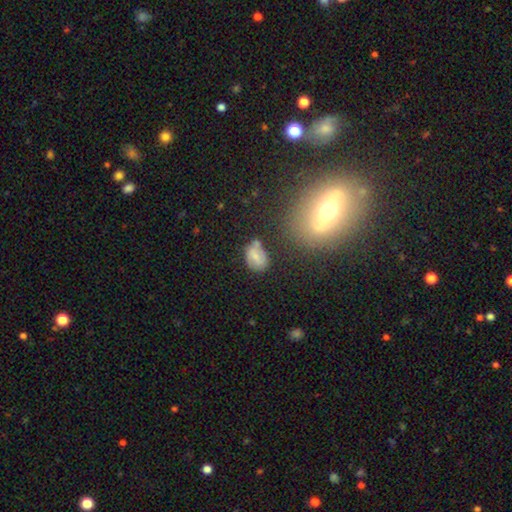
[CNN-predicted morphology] A smooth galaxy with no disk features (59%) that is in between round and cigar-shaped (70%).

Vote fractions:
- Smooth or featured? smooth: 59% / featured or disk: 30% / star or artifact: 11%
- How rounded? in between: 70% / round: 28% / cigar-shaped: 2%
- Merging? none: 52% / minor disturbance: 25% / merger: 14% / major disturbance: 9%